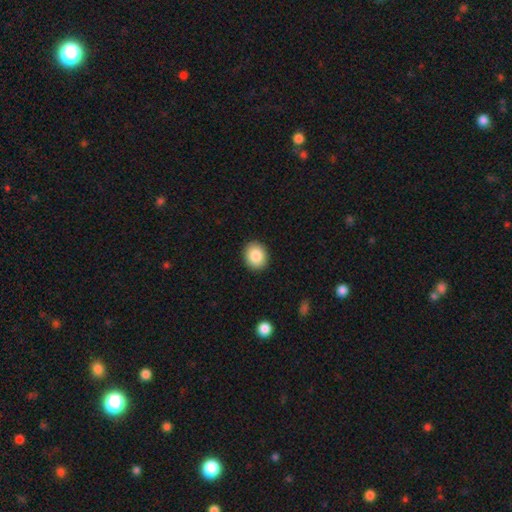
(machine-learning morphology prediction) Q: Smooth or featured?
A: smooth (87%); runner-up: star or artifact (8%)
Q: How rounded?
A: round (57%); runner-up: in between (42%)
Q: Merging?
A: none (91%); runner-up: minor disturbance (6%)